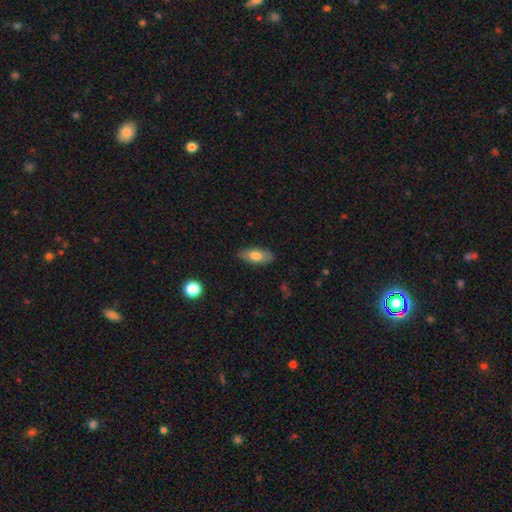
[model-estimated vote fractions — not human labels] A smooth galaxy with no disk features (74%) that is in between round and cigar-shaped (86%). Merging: none (83%).